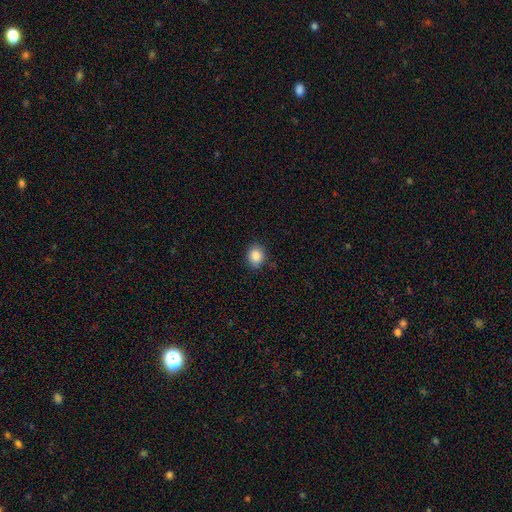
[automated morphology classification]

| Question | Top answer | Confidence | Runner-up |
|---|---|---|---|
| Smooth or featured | smooth | 86% | star or artifact (9%) |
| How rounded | round | 67% | in between (32%) |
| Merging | none | 87% | minor disturbance (9%) |